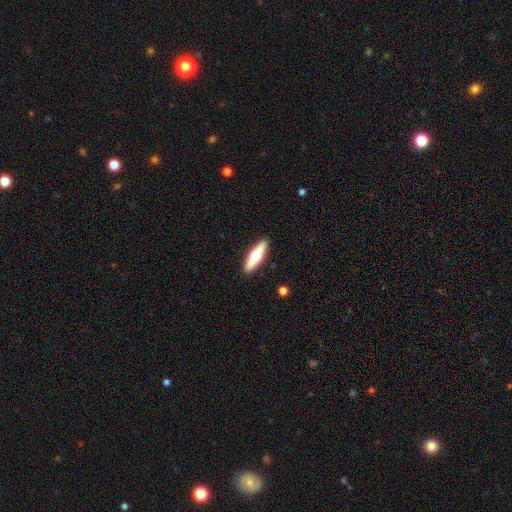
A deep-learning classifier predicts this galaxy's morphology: The model was most divided on "smooth or featured": featured or disk: 48%, smooth: 47%, star or artifact: 5%. More confident: merging — none (91%).